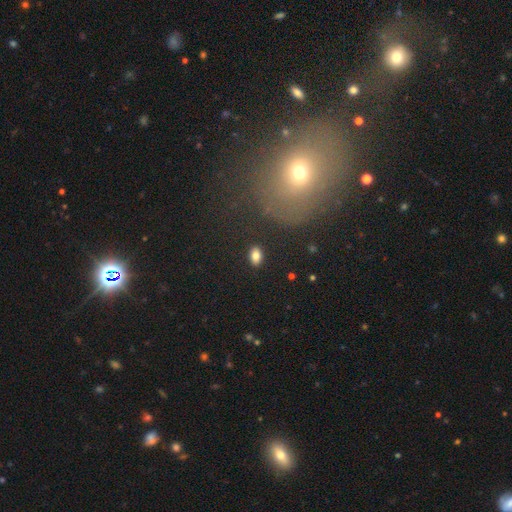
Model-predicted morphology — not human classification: smooth 83%, star or artifact 9%, featured or disk 8%. Down the decision tree: how rounded — in between (87%); merging — none (88%).